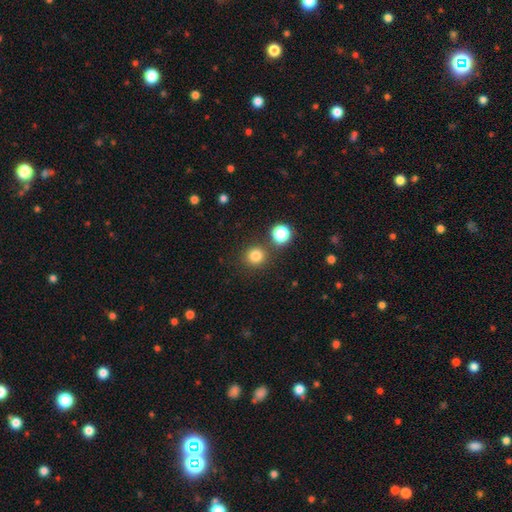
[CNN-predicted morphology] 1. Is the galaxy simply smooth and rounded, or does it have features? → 80% smooth, 15% star or artifact, 5% featured or disk.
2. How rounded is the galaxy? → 92% round, 7% in between, 1% cigar-shaped.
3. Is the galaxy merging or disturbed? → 84% none, 7% minor disturbance, 6% merger, 3% major disturbance.